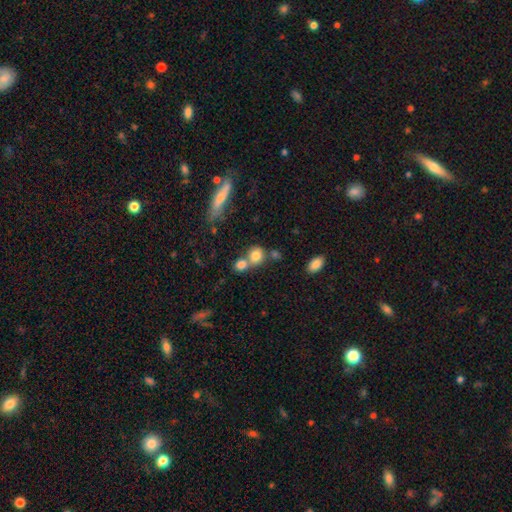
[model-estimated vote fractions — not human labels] This appears to be a smooth galaxy with no disk features (79%) that is round (75%). Merging: none (44%).